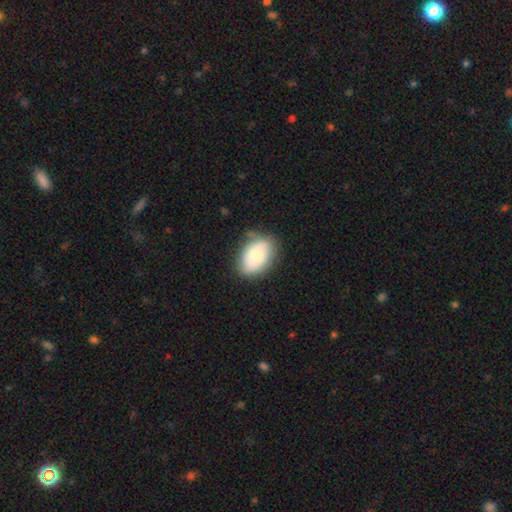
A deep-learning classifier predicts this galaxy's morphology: Smooth or featured? Predicted: smooth (p=0.63). How rounded? Predicted: in between (p=0.88). Merging? Predicted: none (p=0.68).